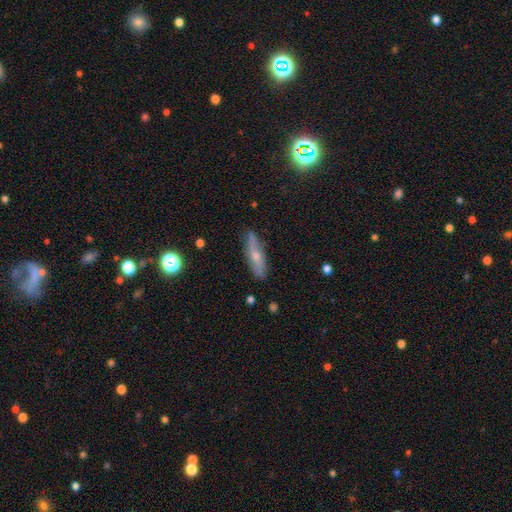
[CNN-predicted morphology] Smooth or featured: featured or disk — 48% (smooth — 43%)
Merging: none — 78% (minor disturbance — 17%)